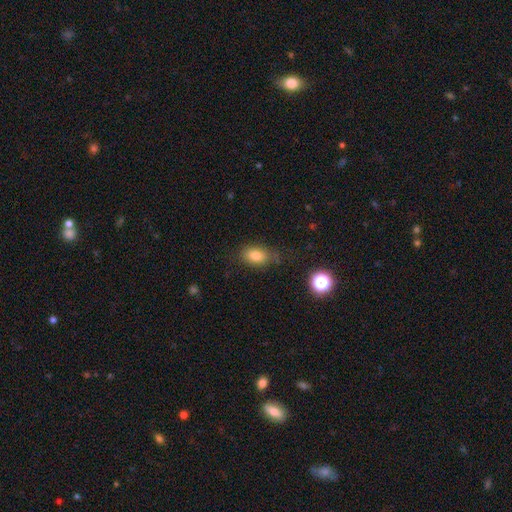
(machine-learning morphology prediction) This appears to be a smooth galaxy with no disk features (82%) that is in between round and cigar-shaped (84%). Merging: none (73%).